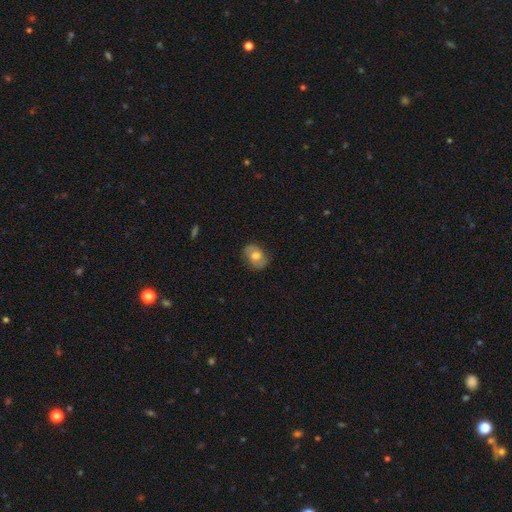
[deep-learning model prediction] Smooth or featured? Predicted: smooth (p=0.62). How rounded? Predicted: in between (p=0.62). Merging? Predicted: none (p=0.79).